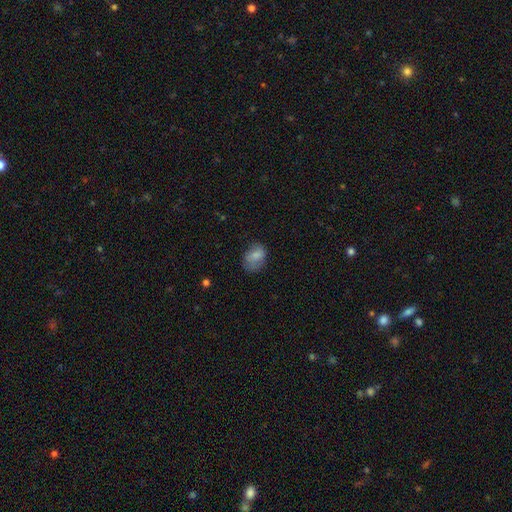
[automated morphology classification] Smooth or featured? smooth (76%)
How rounded? in between (70%)
Merging? none (54%)